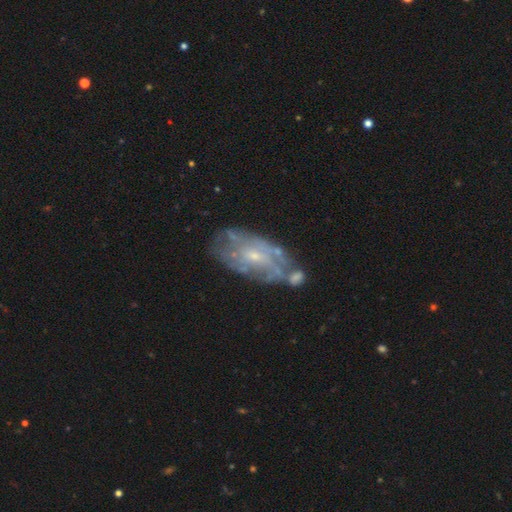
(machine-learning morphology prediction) smooth-or-featured: featured or disk: 73% | smooth: 20% | star or artifact: 7%
  disk-edge-on: no: 93% | yes: 7%
    bar: no: 69% | weak: 26% | strong: 5%
    has-spiral-arms: yes: 62% | no: 38%
    bulge-size: small: 69% | moderate: 25% | none: 3% | large: 1% | dominant: 1%
  merging: none: 51% | minor disturbance: 23% | merger: 14% | major disturbance: 12%